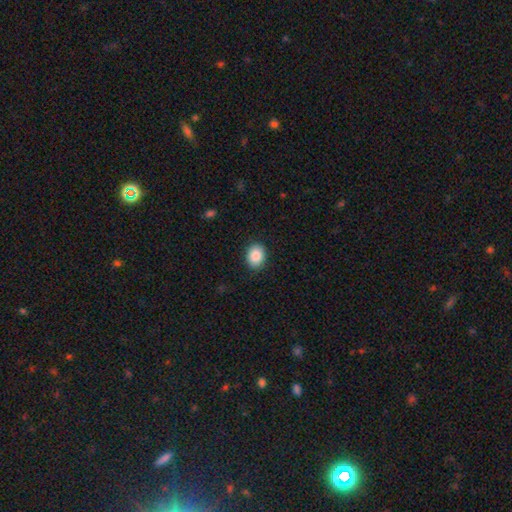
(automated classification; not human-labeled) smooth 88%, star or artifact 8%, featured or disk 5%. Down the decision tree: how rounded — in between (57%); merging — none (89%).